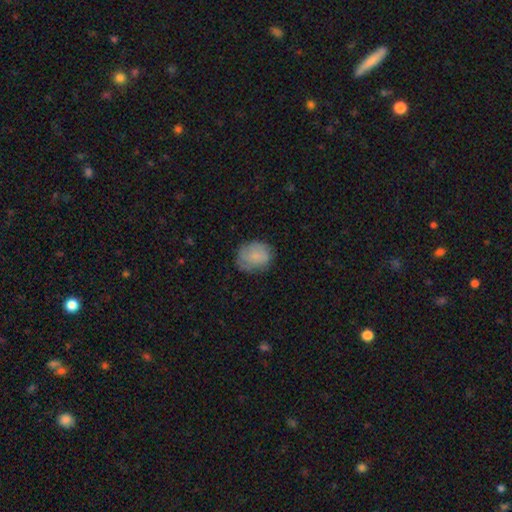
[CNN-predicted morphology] A smooth galaxy with no disk features (77%) that is round (66%). Merging: none (70%).